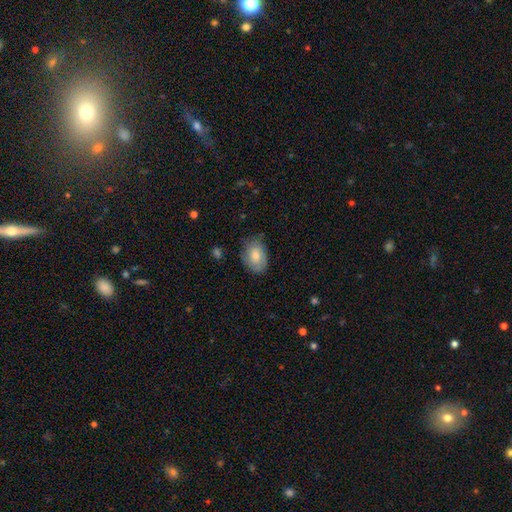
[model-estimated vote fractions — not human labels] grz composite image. It shows a smooth galaxy with no disk features (75%) that is in between round and cigar-shaped (79%). Merging: none (72%).